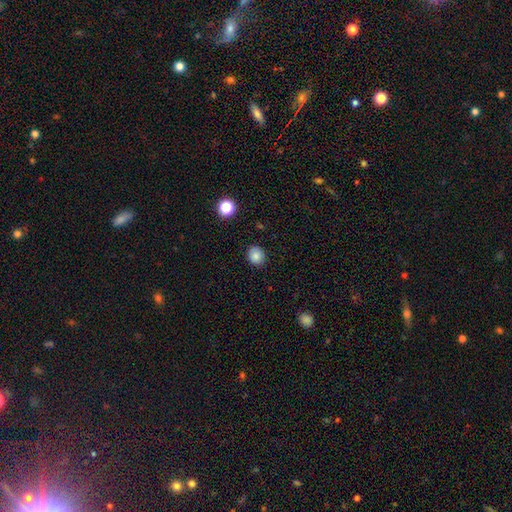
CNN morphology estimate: The model was most divided on "how rounded": round: 74%, in between: 25%, cigar-shaped: 1%. More confident: merging — none (86%); smooth or featured — smooth (84%).